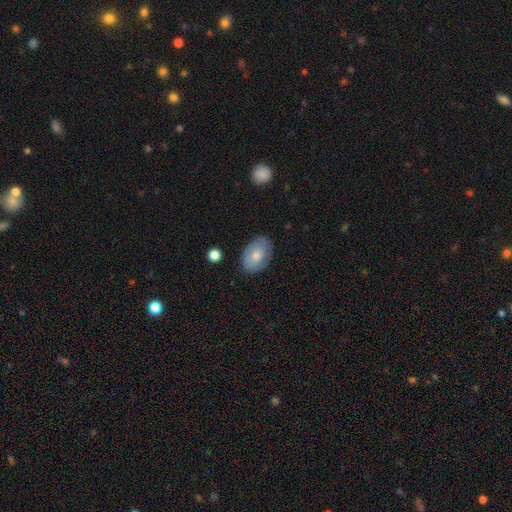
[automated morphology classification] smooth_or_featured: smooth (p=0.73) [alt: featured or disk p=0.20]
how_rounded: in between (p=0.85) [alt: round p=0.14]
merging: none (p=0.77) [alt: minor disturbance p=0.18]